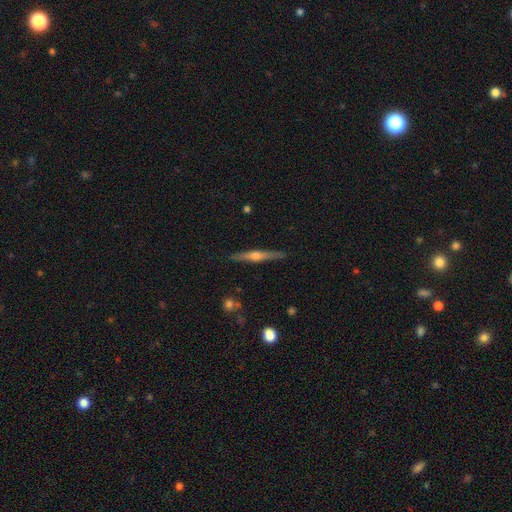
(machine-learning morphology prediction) This is likely a featured or disk galaxy (71%). It is clearly viewed edge-on (98%). Edge-on bulge: clearly rounded (89%). Merging: clearly none (89%).